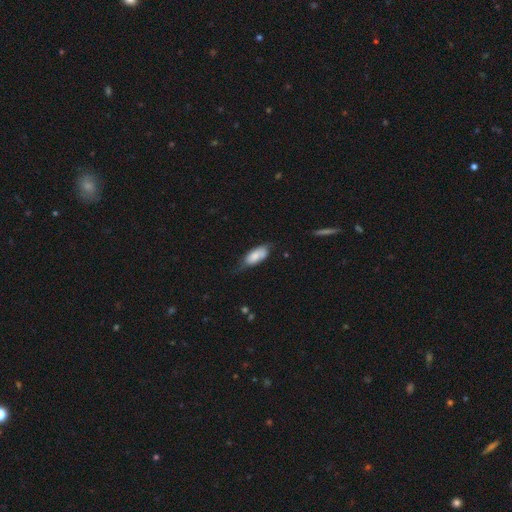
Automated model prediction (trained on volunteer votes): smooth 74%, featured or disk 19%, star or artifact 6%. Down the decision tree: how rounded — in between (84%); merging — none (45%).